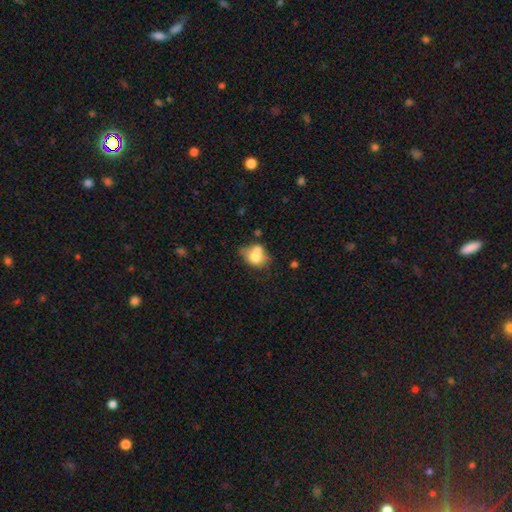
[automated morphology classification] type=smooth (71%); roundness=round (51%); merging=none (37%).